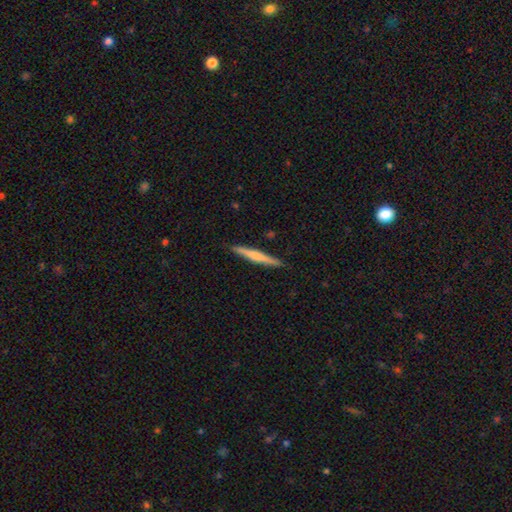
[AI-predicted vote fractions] Smooth or featured? smooth (51%)
How rounded? cigar-shaped (95%)
Merging? none (90%)